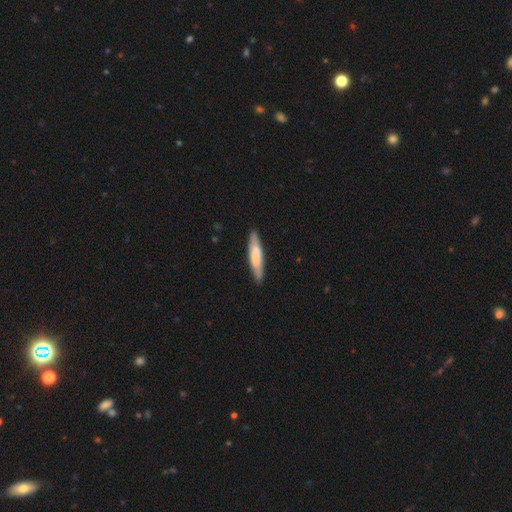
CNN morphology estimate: smooth_or_featured: smooth (p=0.62) [alt: featured or disk p=0.33]
how_rounded: cigar-shaped (p=0.84) [alt: in between p=0.15]
merging: none (p=0.85) [alt: minor disturbance p=0.11]